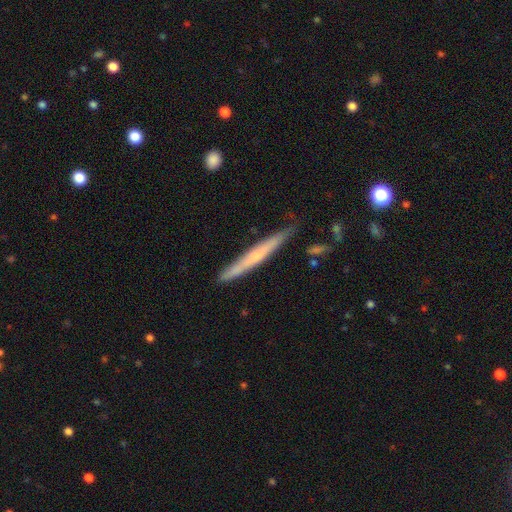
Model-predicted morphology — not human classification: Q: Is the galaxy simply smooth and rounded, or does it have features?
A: featured or disk — 52%.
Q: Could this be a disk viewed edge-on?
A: yes — 94%.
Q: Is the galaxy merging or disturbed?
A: none — 77%.